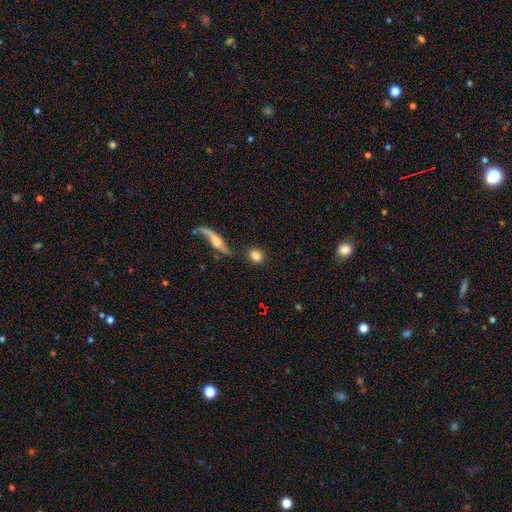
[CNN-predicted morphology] Smooth or featured? smooth (82%)
How rounded? round (70%)
Merging? none (73%)